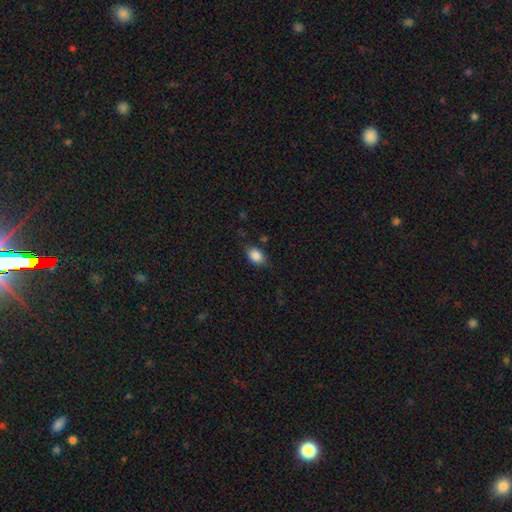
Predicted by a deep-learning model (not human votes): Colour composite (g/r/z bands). It shows a smooth galaxy with no disk features (85%) that is in between round and cigar-shaped (81%). Merging: none (75%).